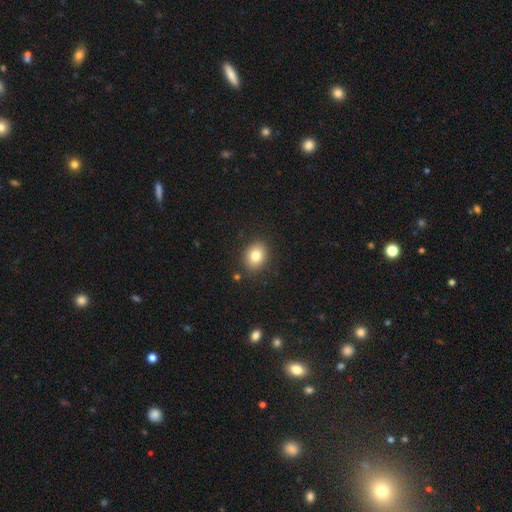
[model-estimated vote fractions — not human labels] smooth-or-featured: smooth: 81% | star or artifact: 10% | featured or disk: 9%
  how-rounded: round: 53% | in between: 47% | cigar-shaped: 1%
  merging: none: 87% | minor disturbance: 9% | major disturbance: 2% | merger: 2%